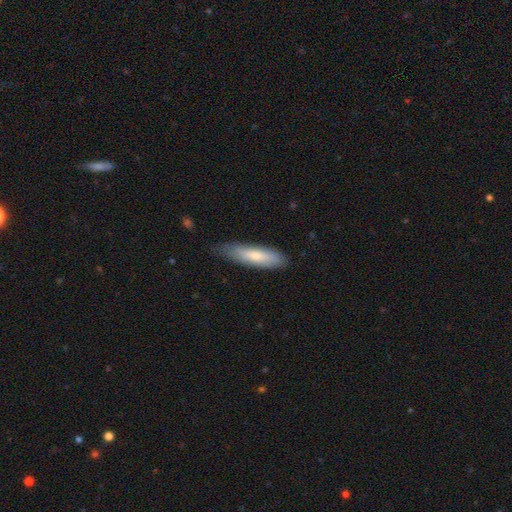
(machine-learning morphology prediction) smooth 72%, featured or disk 22%, star or artifact 6%. Down the decision tree: how rounded — cigar-shaped (64%); merging — none (70%).